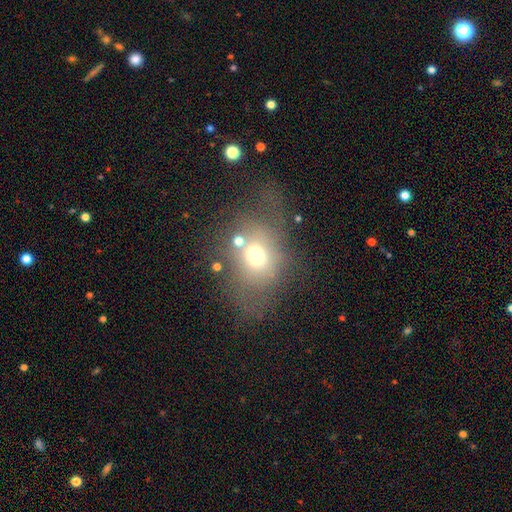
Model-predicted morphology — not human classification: Smooth or featured? Predicted: smooth (p=0.60). How rounded? Predicted: round (p=0.53). Merging? Predicted: none (p=0.44).